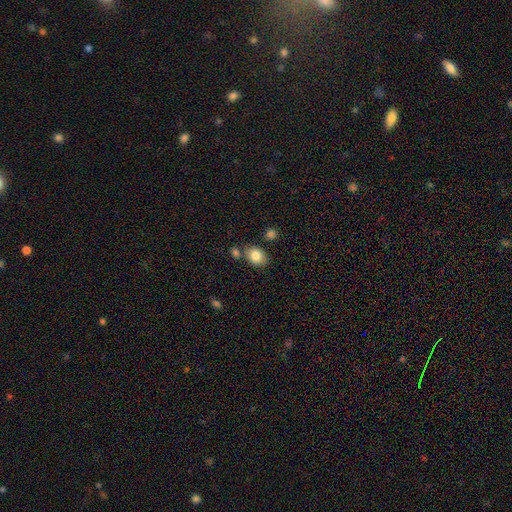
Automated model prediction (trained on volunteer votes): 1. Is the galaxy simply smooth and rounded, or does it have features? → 83% smooth, 8% featured or disk, 8% star or artifact.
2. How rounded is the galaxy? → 65% in between, 34% round, 1% cigar-shaped.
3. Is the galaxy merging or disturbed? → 68% none, 15% minor disturbance, 13% merger, 4% major disturbance.